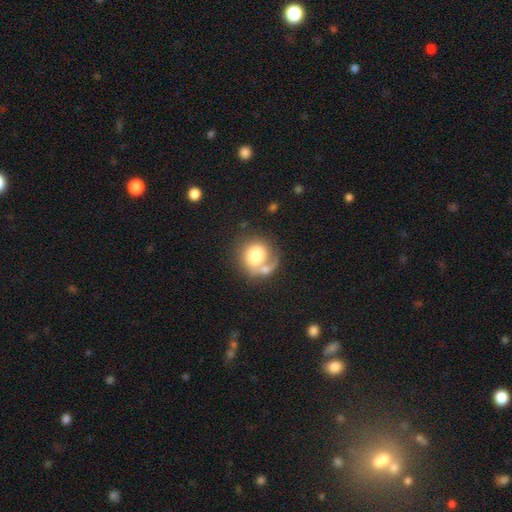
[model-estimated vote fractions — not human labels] Morphology: type=smooth (72%); roundness=round (78%); merging=none (39%).